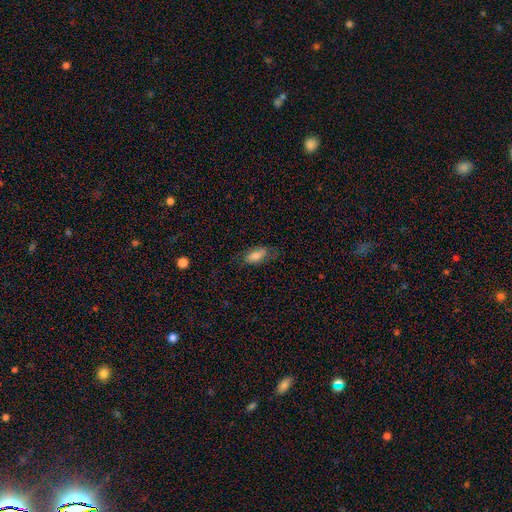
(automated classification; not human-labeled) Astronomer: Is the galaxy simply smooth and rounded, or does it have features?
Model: smooth — 77%.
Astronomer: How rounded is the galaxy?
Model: in between — 85%.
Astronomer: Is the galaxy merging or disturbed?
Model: none — 68%.